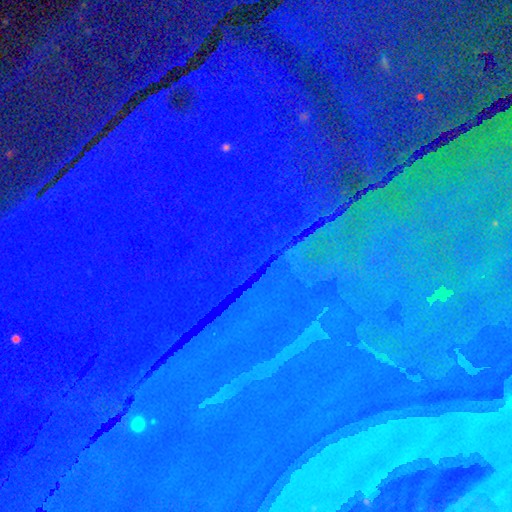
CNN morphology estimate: Smooth or featured? star or artifact (87%)